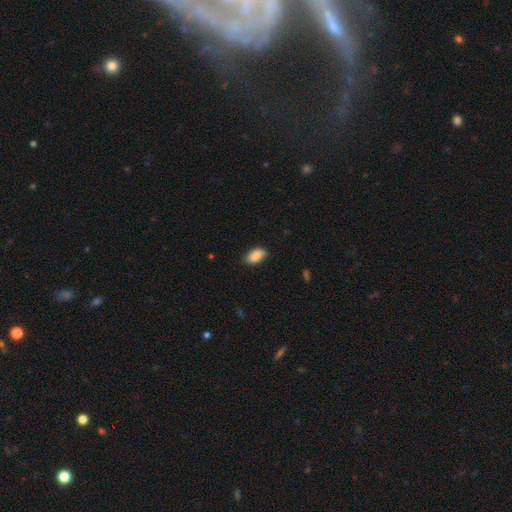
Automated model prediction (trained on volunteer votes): The model was most divided on "merging": none: 74%, minor disturbance: 21%, major disturbance: 3%, merger: 1%. More confident: how rounded — in between (92%); smooth or featured — smooth (85%).